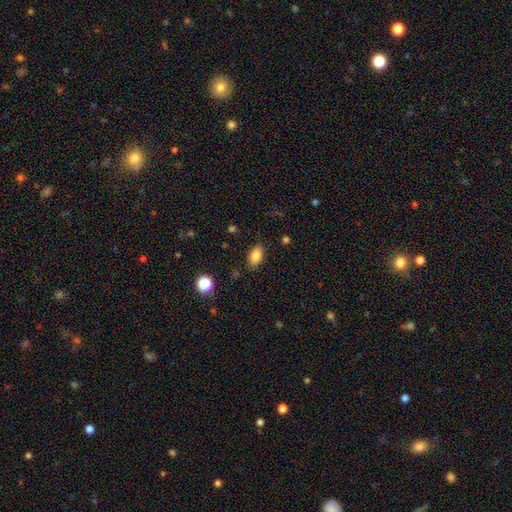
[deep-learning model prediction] A smooth galaxy with no disk features (83%) that is in between round and cigar-shaped (90%).

Vote fractions:
- Smooth or featured? smooth: 83% / star or artifact: 9% / featured or disk: 7%
- How rounded? in between: 90% / round: 7% / cigar-shaped: 3%
- Merging? none: 83% / minor disturbance: 13% / major disturbance: 3% / merger: 2%